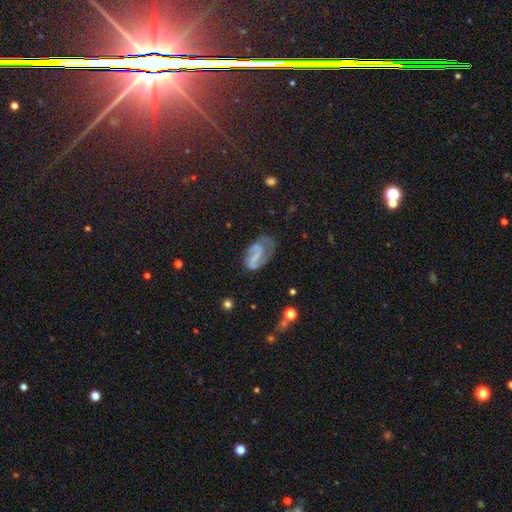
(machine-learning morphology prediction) smooth_or_featured: featured or disk (p=0.65) [alt: smooth p=0.24]
disk_edge_on: no (p=0.97) [alt: yes p=0.03]
bar: weak (p=0.39) [alt: no p=0.31]
has_spiral_arms: yes (p=0.80) [alt: no p=0.20]
bulge_size: none (p=0.55) [alt: small p=0.30]
merging: none (p=0.46) [alt: minor disturbance p=0.26]